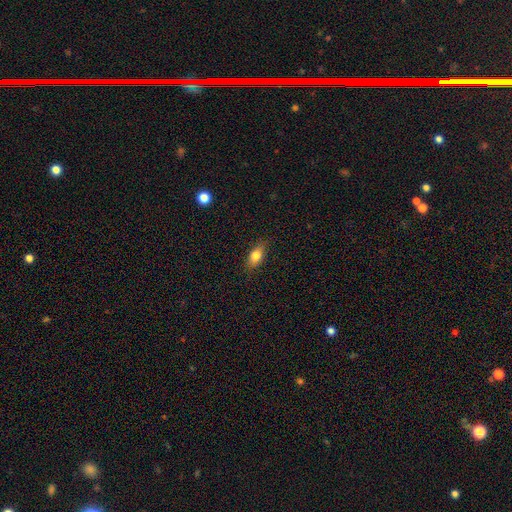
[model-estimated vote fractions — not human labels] Morphology: type=smooth (81%); roundness=in between (82%); merging=none (83%).